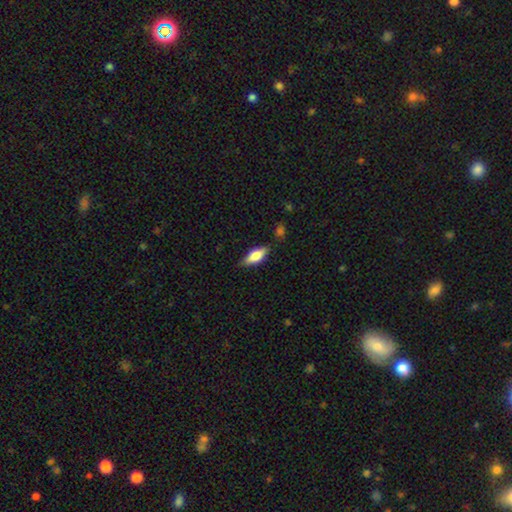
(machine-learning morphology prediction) A smooth galaxy with no disk features (69%) that is in between round and cigar-shaped (74%).

Vote fractions:
- Smooth or featured? smooth: 69% / featured or disk: 24% / star or artifact: 6%
- How rounded? in between: 74% / cigar-shaped: 23% / round: 3%
- Merging? none: 79% / minor disturbance: 16% / major disturbance: 3% / merger: 3%